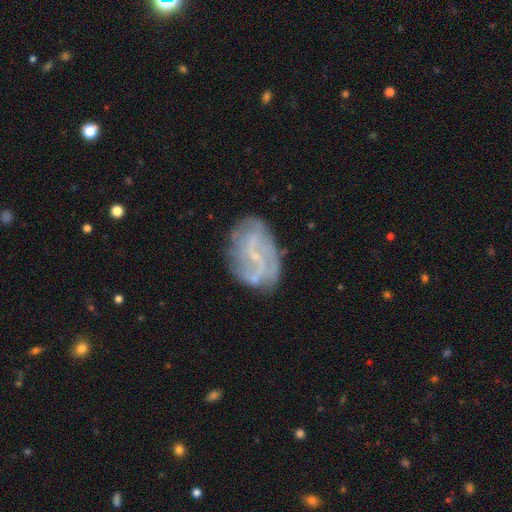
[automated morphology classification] type=featured or disk (75%); edge-on=no (97%); bar=weak (47%); spiral arms=yes (82%); winding=medium (39%); arm count=can't tell (36%); bulge=small (66%); merging=none (68%).